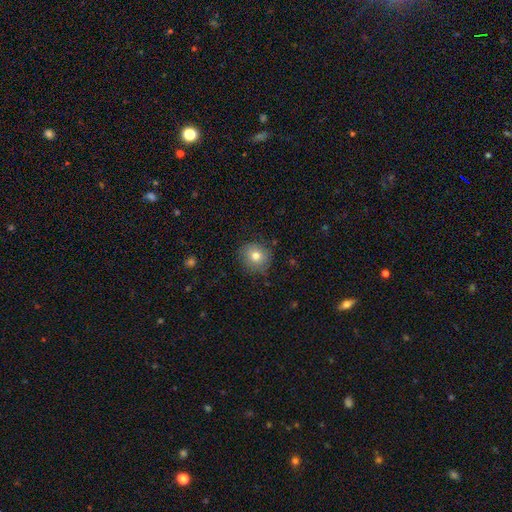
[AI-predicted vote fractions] Smooth or featured?
  - smooth: 76% *
  - featured or disk: 12%
  - star or artifact: 12%
How rounded?
  - round: 88% *
  - in between: 11%
  - cigar-shaped: 1%
Merging?
  - none: 83% *
  - minor disturbance: 13%
  - major disturbance: 3%
  - merger: 1%